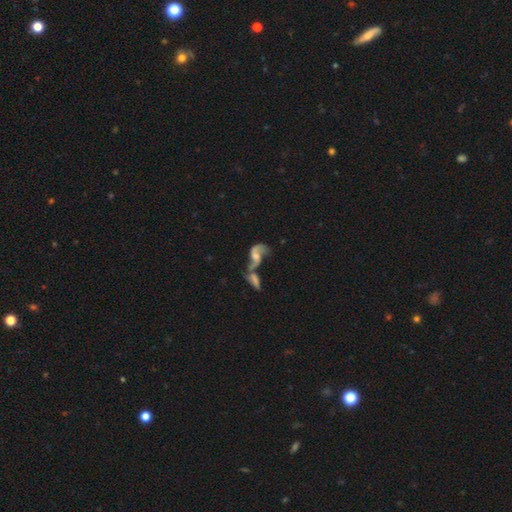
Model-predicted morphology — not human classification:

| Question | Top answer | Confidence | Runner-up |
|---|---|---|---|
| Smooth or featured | featured or disk | 73% | smooth (18%) |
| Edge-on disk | no | 95% | yes (5%) |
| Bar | no | 53% | weak (37%) |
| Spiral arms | yes | 86% | no (14%) |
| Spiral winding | loose | 75% | medium (20%) |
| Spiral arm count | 2 | 78% | 1 (13%) |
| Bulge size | moderate | 34% | small (29%) |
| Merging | merger | 60% | none (19%) |